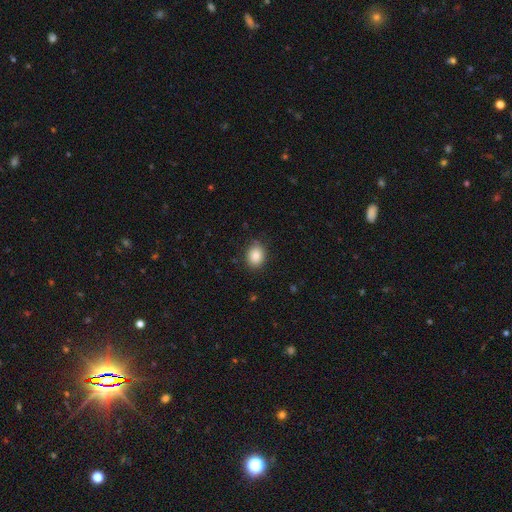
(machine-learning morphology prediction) This appears to be a smooth galaxy with no disk features (86%) that is in between round and cigar-shaped (53%). Merging: none (81%).